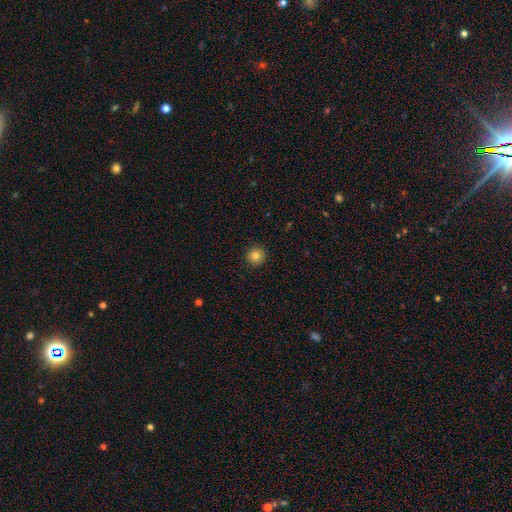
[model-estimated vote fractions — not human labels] Smooth or featured: smooth — 81% (star or artifact — 11%)
How rounded: round — 95% (in between — 4%)
Merging: none — 92% (minor disturbance — 5%)